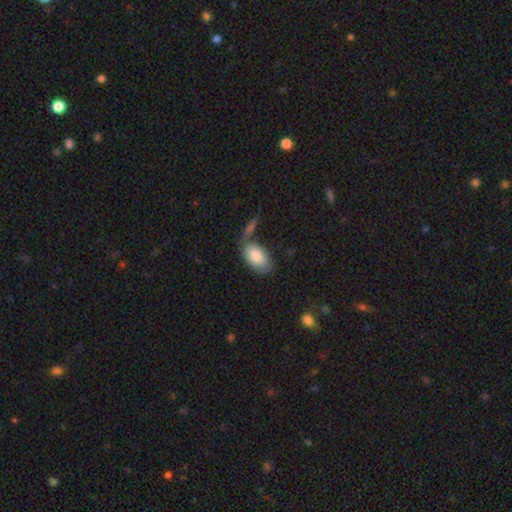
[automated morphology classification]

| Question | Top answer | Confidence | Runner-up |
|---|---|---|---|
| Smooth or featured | smooth | 84% | featured or disk (10%) |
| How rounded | in between | 94% | round (4%) |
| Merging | none | 55% | merger (19%) |